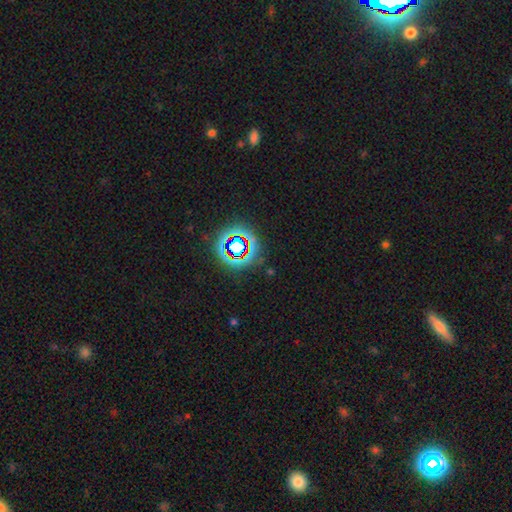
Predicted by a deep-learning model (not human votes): Smooth or featured? Predicted: star or artifact (p=0.70).